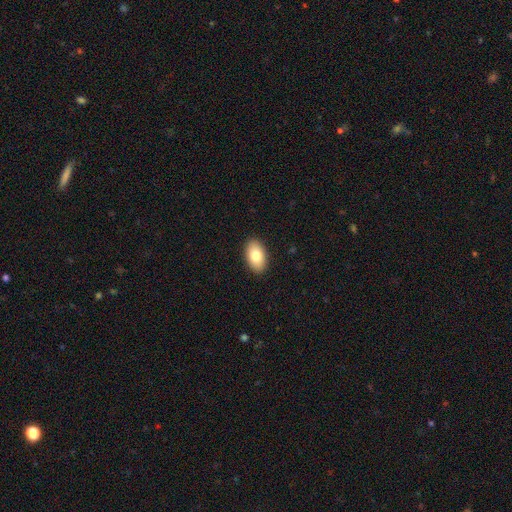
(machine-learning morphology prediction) Smooth or featured?
  - smooth: 80% *
  - featured or disk: 13%
  - star or artifact: 7%
How rounded?
  - in between: 93% *
  - round: 5%
  - cigar-shaped: 1%
Merging?
  - none: 90% *
  - minor disturbance: 7%
  - major disturbance: 2%
  - merger: 1%